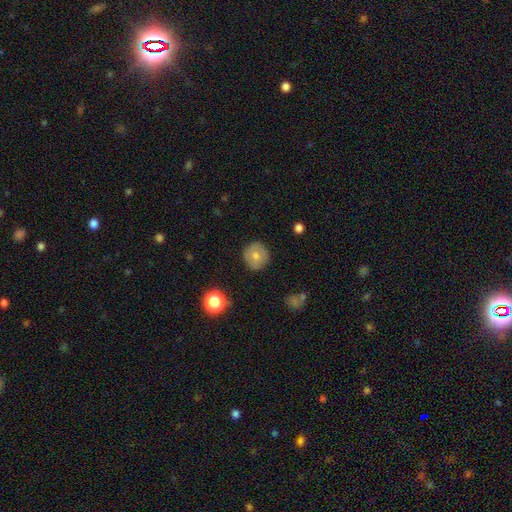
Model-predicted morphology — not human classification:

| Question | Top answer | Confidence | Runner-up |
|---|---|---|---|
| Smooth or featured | smooth | 67% | featured or disk (24%) |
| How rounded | round | 92% | in between (7%) |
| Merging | none | 86% | minor disturbance (10%) |